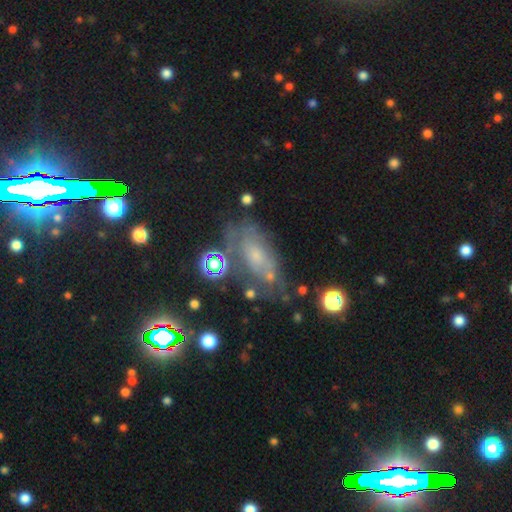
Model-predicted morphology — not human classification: featured or disk 46%, smooth 37%, star or artifact 17%. Down the decision tree: merging — none (55%).